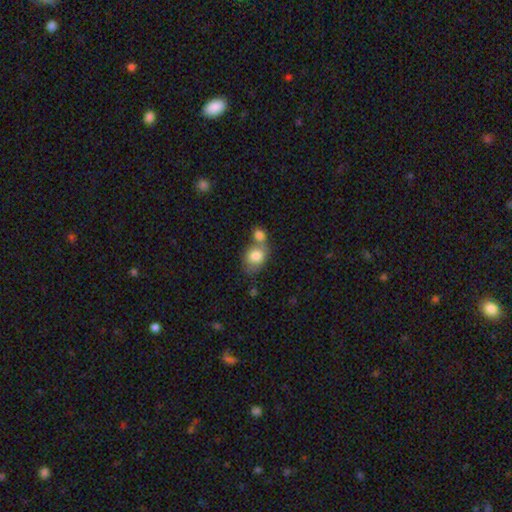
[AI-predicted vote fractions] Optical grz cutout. It shows a smooth galaxy with no disk features (80%) that is in between round and cigar-shaped (52%). Merging: merger (53%).